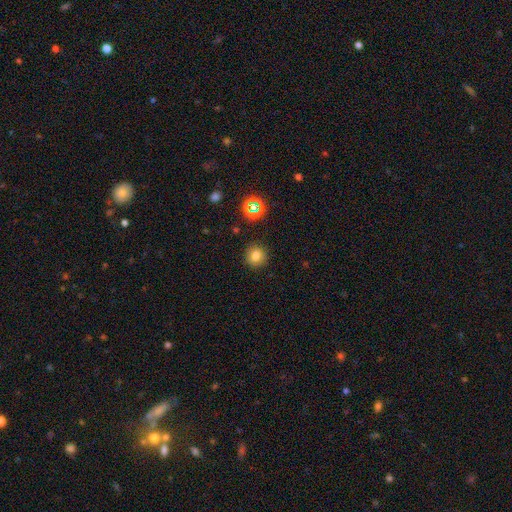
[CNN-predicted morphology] Smooth or featured?
  - smooth: 76% *
  - star or artifact: 16%
  - featured or disk: 8%
How rounded?
  - round: 91% *
  - in between: 8%
  - cigar-shaped: 1%
Merging?
  - none: 90% *
  - minor disturbance: 6%
  - major disturbance: 2%
  - merger: 2%